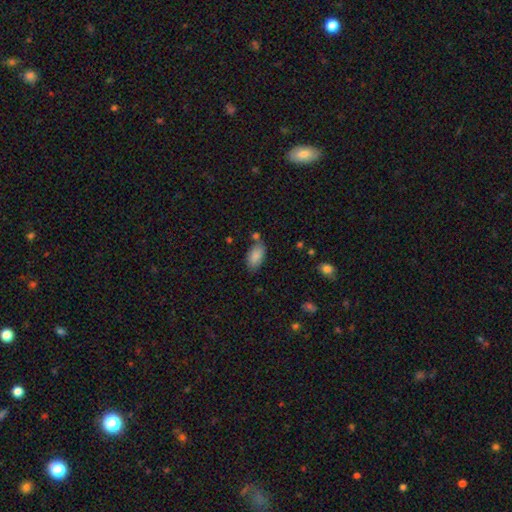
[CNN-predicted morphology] smooth-or-featured: smooth: 86% | featured or disk: 7% | star or artifact: 7%
  how-rounded: in between: 94% | round: 3% | cigar-shaped: 3%
  merging: none: 69% | minor disturbance: 17% | merger: 10% | major disturbance: 4%